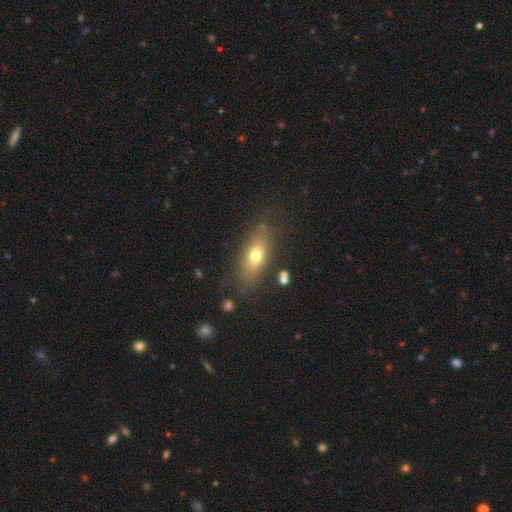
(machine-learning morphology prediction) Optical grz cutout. It shows a smooth galaxy with no disk features (68%) that is in between round and cigar-shaped (69%). Merging: none (79%).